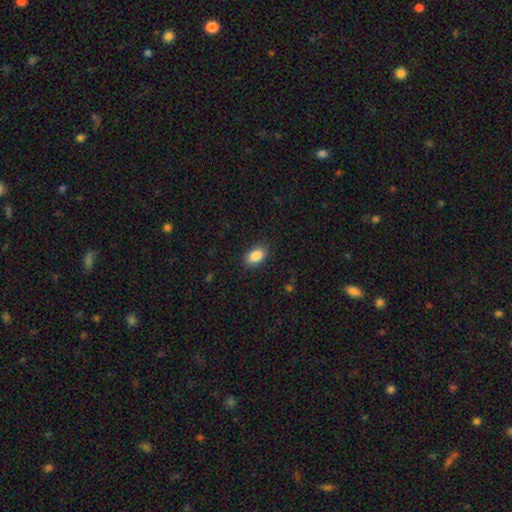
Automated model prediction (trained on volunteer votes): Smooth or featured: smooth — 88% (star or artifact — 8%)
How rounded: in between — 89% (round — 9%)
Merging: none — 87% (minor disturbance — 9%)